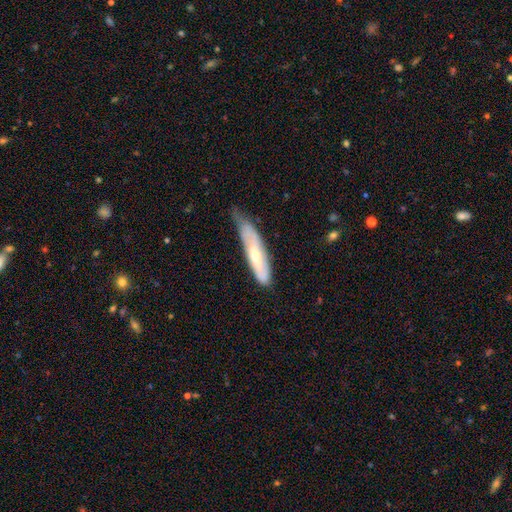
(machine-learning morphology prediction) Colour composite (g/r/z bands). It shows a featured or disk galaxy (52%). Merging: minor disturbance (42%).